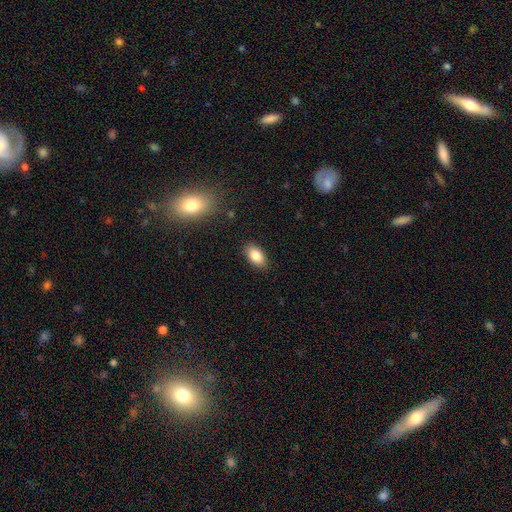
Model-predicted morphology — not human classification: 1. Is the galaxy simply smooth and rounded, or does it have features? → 85% smooth, 8% star or artifact, 8% featured or disk.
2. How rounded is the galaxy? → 92% in between, 6% round, 3% cigar-shaped.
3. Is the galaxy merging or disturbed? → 87% none, 10% minor disturbance, 2% major disturbance, 1% merger.